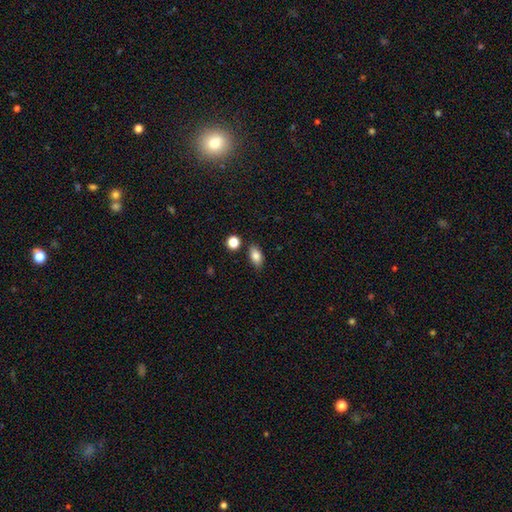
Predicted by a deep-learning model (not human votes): Smooth or featured?
  - smooth: 83% *
  - star or artifact: 9%
  - featured or disk: 8%
How rounded?
  - in between: 87% *
  - round: 9%
  - cigar-shaped: 4%
Merging?
  - none: 82% *
  - minor disturbance: 11%
  - merger: 5%
  - major disturbance: 3%